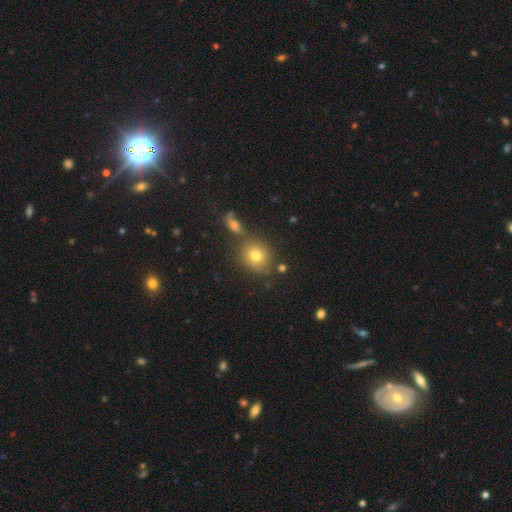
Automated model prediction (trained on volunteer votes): The model was most divided on "how rounded": round: 78%, in between: 21%, cigar-shaped: 1%. More confident: smooth or featured — smooth (73%); merging — none (72%).